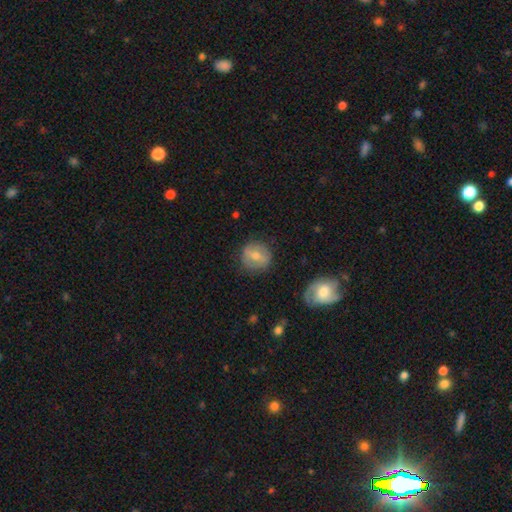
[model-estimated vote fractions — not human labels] Smooth or featured: smooth — 55% (featured or disk — 38%)
How rounded: round — 86% (in between — 12%)
Merging: none — 82% (minor disturbance — 12%)